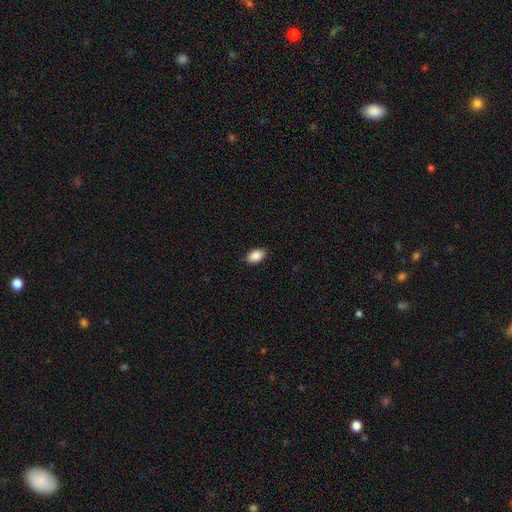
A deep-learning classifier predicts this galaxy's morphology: The model was most divided on "merging": none: 85%, minor disturbance: 12%, major disturbance: 2%, merger: 1%. More confident: how rounded — in between (90%); smooth or featured — smooth (88%).